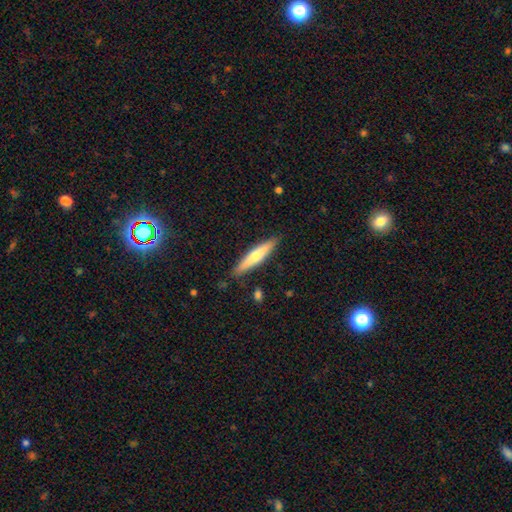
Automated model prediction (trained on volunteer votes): Smooth or featured? Predicted: smooth (p=0.50). How rounded? Predicted: cigar-shaped (p=0.88). Merging? Predicted: none (p=0.88).